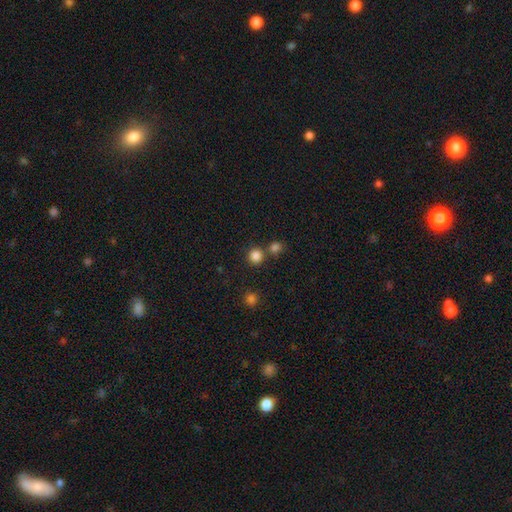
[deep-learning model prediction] Smooth or featured: smooth — 83% (star or artifact — 13%)
How rounded: round — 91% (in between — 8%)
Merging: none — 72% (merger — 19%)